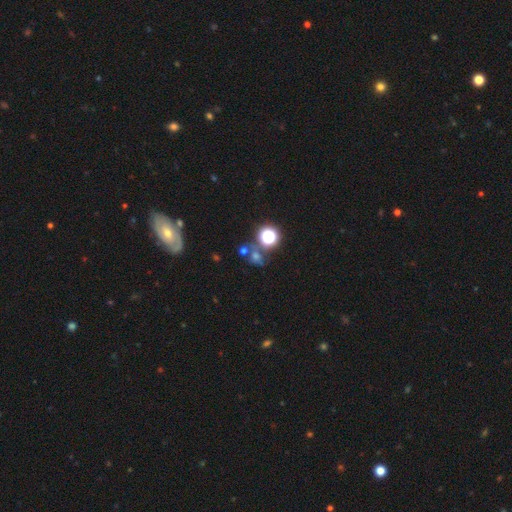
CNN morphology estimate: The model was most divided on "smooth or featured": star or artifact: 45%, smooth: 39%, featured or disk: 16%.